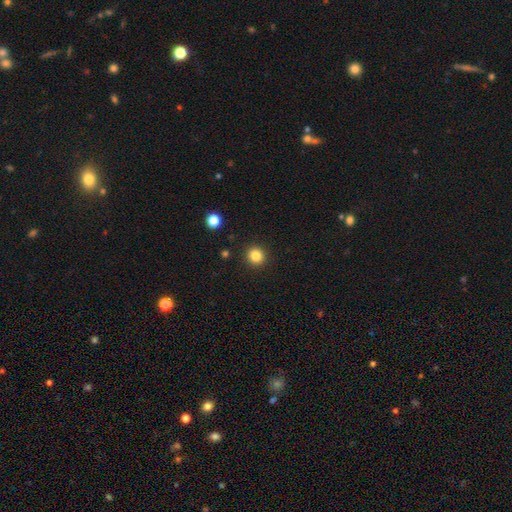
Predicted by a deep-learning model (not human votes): A smooth galaxy with no disk features (83%) that is round (93%).

Vote fractions:
- Smooth or featured? smooth: 83% / star or artifact: 12% / featured or disk: 5%
- How rounded? round: 93% / in between: 6% / cigar-shaped: 1%
- Merging? none: 92% / minor disturbance: 5% / major disturbance: 2% / merger: 1%